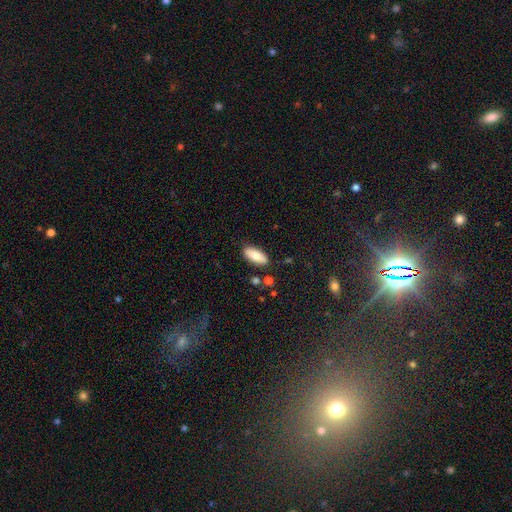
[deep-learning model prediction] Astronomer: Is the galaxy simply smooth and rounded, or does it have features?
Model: smooth — 78%.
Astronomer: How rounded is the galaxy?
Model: in between — 85%.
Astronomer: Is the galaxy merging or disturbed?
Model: none — 84%.